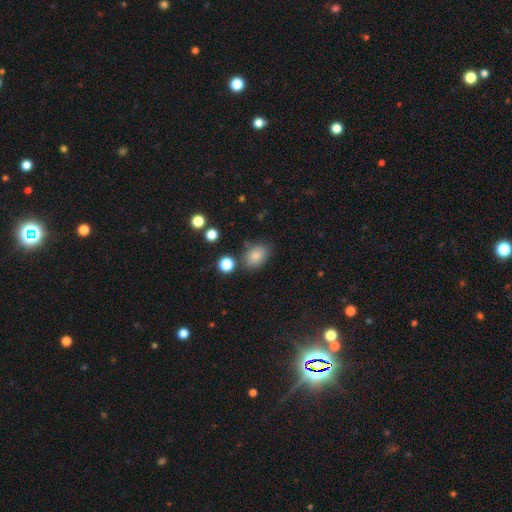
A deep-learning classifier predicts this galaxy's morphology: A smooth galaxy with no disk features (83%) that is in between round and cigar-shaped (69%). Merging: none (74%).